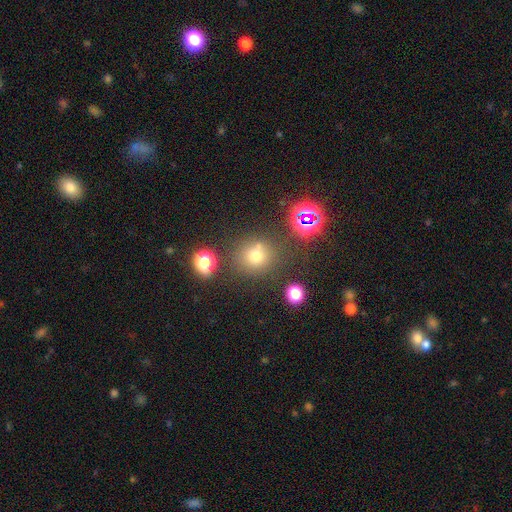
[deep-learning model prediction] Smooth or featured? smooth (67%)
How rounded? round (88%)
Merging? none (72%)